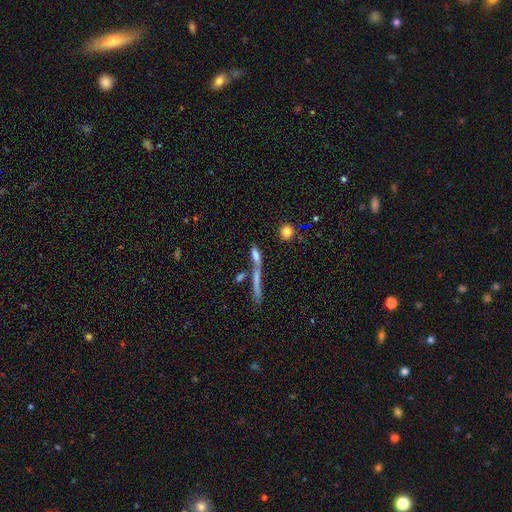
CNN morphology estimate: type=smooth (64%); roundness=cigar-shaped (63%); merging=none (40%).